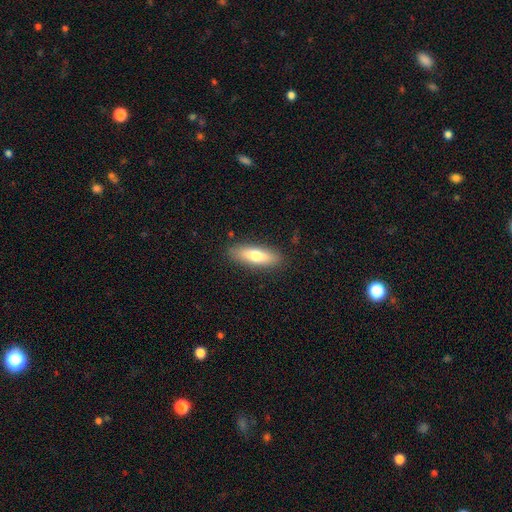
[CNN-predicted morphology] type=smooth (72%); roundness=cigar-shaped (50%); merging=none (87%).